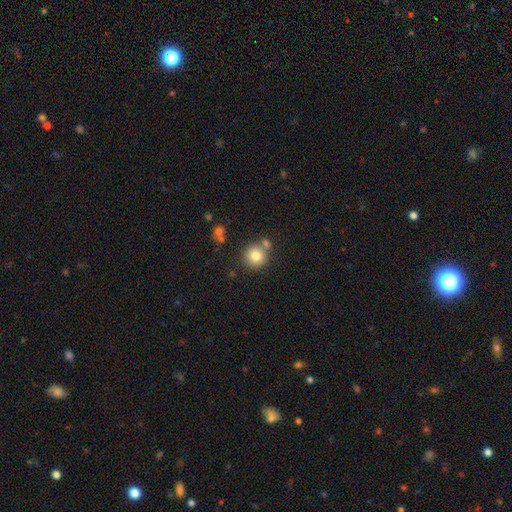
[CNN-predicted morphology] Smooth or featured? Predicted: smooth (p=0.80). How rounded? Predicted: round (p=0.92). Merging? Predicted: none (p=0.70).